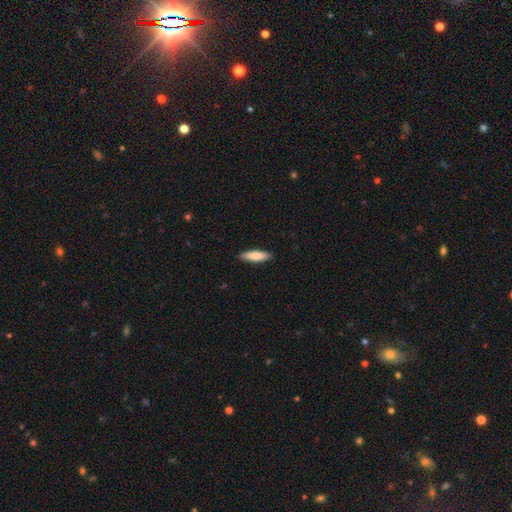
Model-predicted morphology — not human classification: Smooth or featured? Predicted: smooth (p=0.81). How rounded? Predicted: cigar-shaped (p=0.64). Merging? Predicted: none (p=0.89).